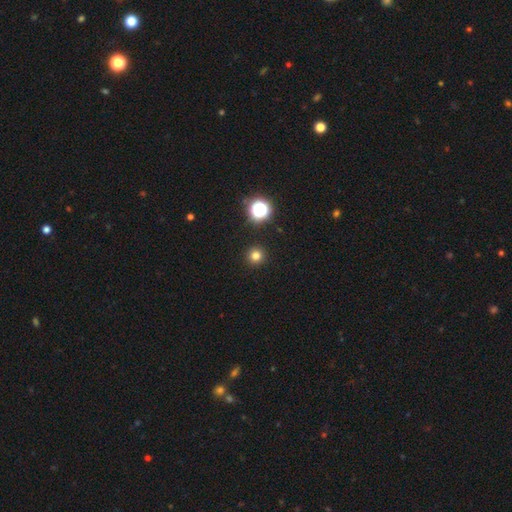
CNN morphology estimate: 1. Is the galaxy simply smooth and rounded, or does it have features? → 77% smooth, 17% star or artifact, 5% featured or disk.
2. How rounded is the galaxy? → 96% round, 3% in between, 1% cigar-shaped.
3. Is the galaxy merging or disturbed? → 93% none, 4% minor disturbance, 2% major disturbance, 1% merger.